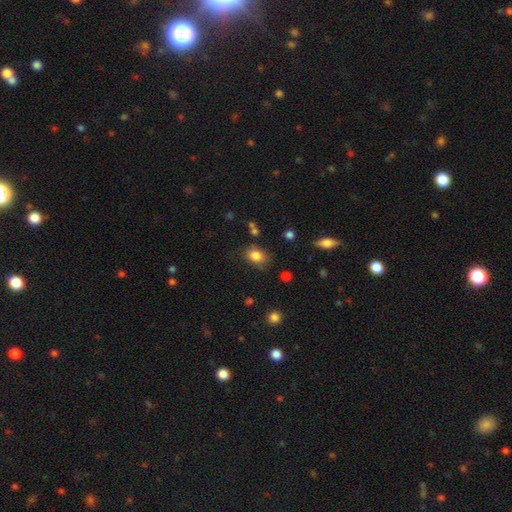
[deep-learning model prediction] smooth-or-featured: smooth: 83% | star or artifact: 10% | featured or disk: 7%
  how-rounded: in between: 71% | round: 28% | cigar-shaped: 1%
  merging: none: 70% | minor disturbance: 20% | major disturbance: 5% | merger: 4%